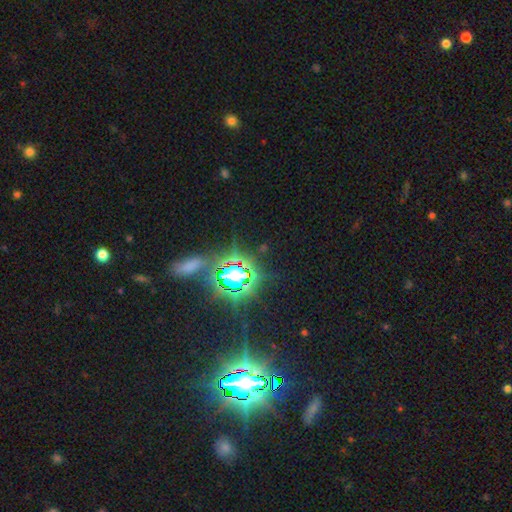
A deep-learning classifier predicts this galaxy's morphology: Smooth or featured?
  - star or artifact: 81% *
  - smooth: 11%
  - featured or disk: 8%